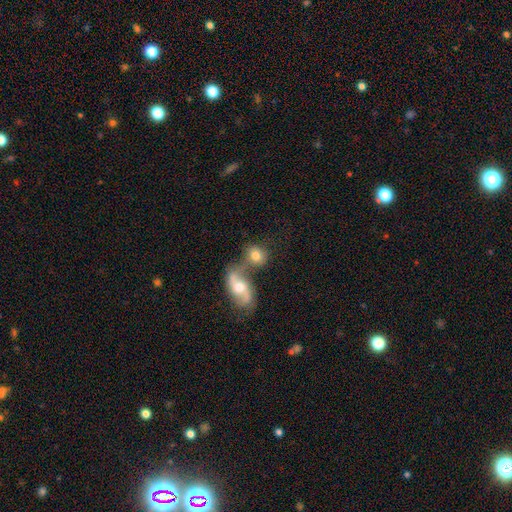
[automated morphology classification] Smooth or featured: smooth — 66% (featured or disk — 25%)
How rounded: round — 50% (in between — 48%)
Merging: merger — 49% (none — 36%)